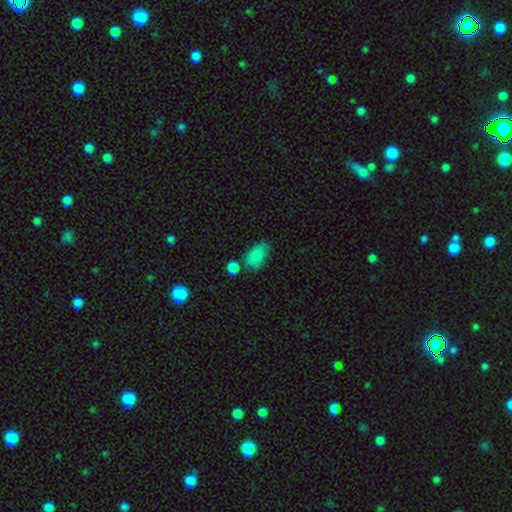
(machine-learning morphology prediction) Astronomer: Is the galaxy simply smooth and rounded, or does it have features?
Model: smooth — 85%.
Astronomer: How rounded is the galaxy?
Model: in between — 91%.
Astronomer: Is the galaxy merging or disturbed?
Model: none — 53%.